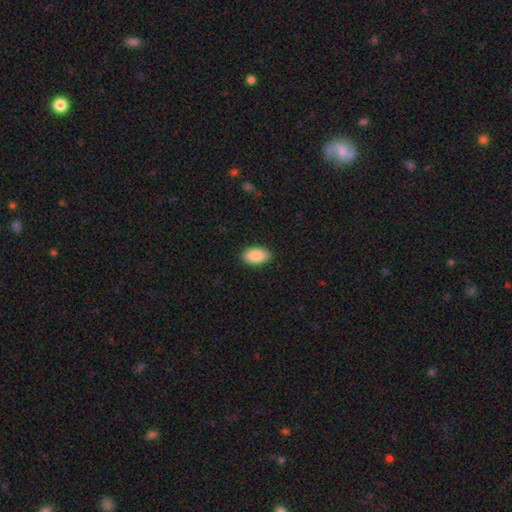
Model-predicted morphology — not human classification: smooth 88%, star or artifact 6%, featured or disk 5%. Down the decision tree: how rounded — in between (94%); merging — none (89%).